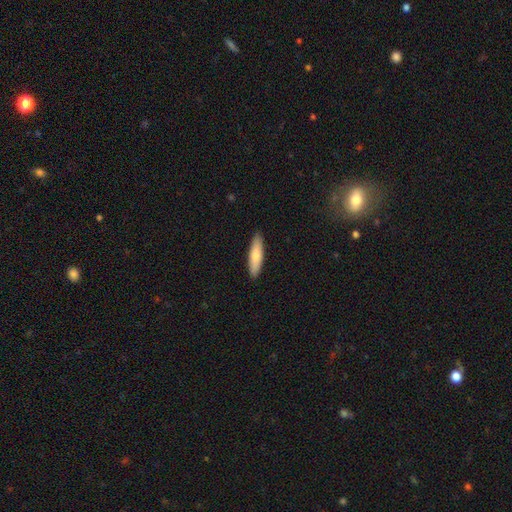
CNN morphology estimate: Q: Smooth or featured?
A: smooth (77%); runner-up: featured or disk (18%)
Q: How rounded?
A: cigar-shaped (70%); runner-up: in between (29%)
Q: Merging?
A: none (90%); runner-up: minor disturbance (7%)